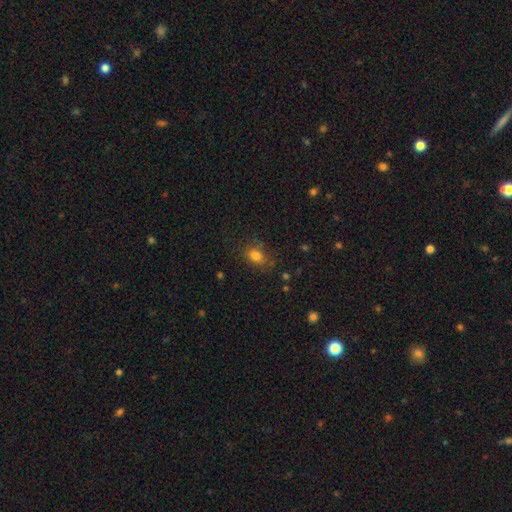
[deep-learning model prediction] Smooth or featured? Predicted: smooth (p=0.80). How rounded? Predicted: in between (p=0.64). Merging? Predicted: none (p=0.74).